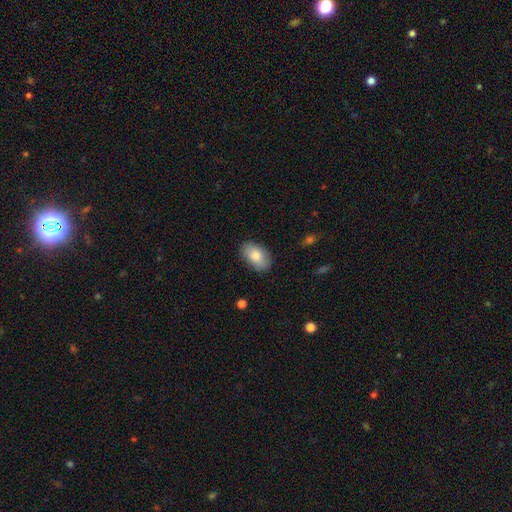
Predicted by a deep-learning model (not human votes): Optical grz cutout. It shows a smooth galaxy with no disk features (82%) that is in between round and cigar-shaped (93%). Merging: none (86%).